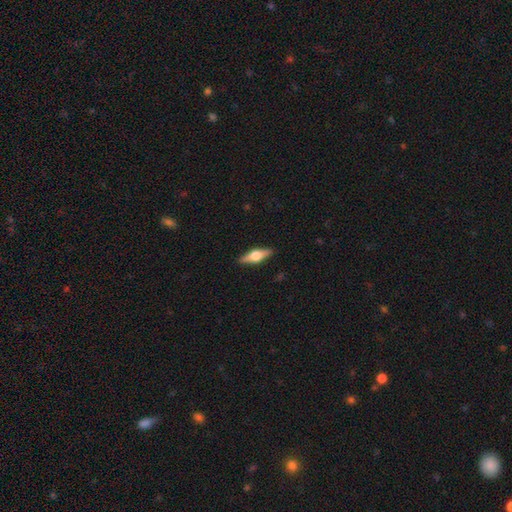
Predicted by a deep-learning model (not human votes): This is likely a featured or disk galaxy (63%). It is clearly viewed edge-on (96%). Edge-on bulge: clearly rounded (95%). Merging: clearly none (90%).